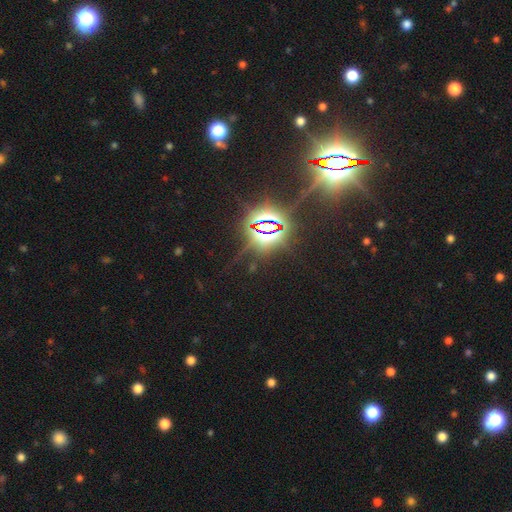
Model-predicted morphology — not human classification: smooth_or_featured: star or artifact (p=0.85) [alt: smooth p=0.08]